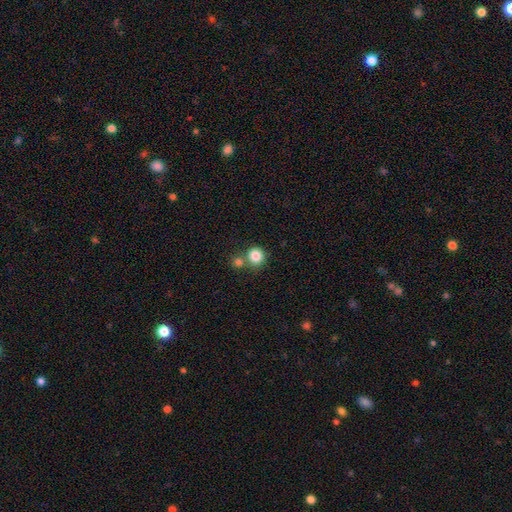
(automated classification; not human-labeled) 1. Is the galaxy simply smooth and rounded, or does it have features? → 84% smooth, 10% star or artifact, 6% featured or disk.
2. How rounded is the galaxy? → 88% round, 11% in between, 1% cigar-shaped.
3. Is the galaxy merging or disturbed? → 59% none, 29% merger, 8% minor disturbance, 3% major disturbance.